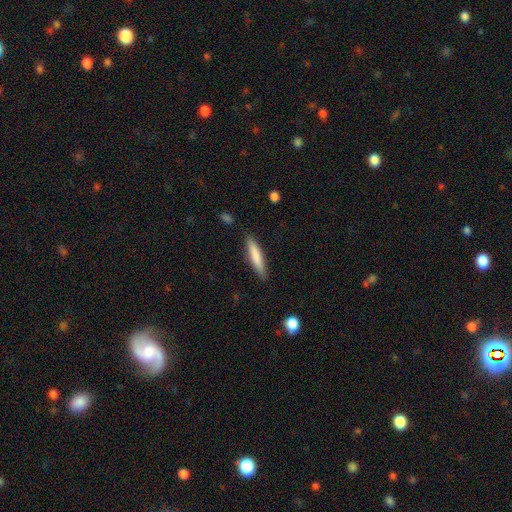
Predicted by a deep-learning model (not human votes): Smooth or featured?
  - smooth: 77% *
  - featured or disk: 18%
  - star or artifact: 6%
How rounded?
  - cigar-shaped: 87% *
  - in between: 11%
  - round: 1%
Merging?
  - none: 87% *
  - minor disturbance: 10%
  - major disturbance: 2%
  - merger: 2%